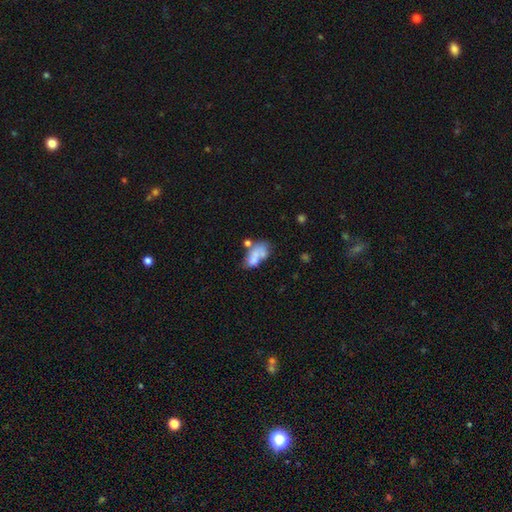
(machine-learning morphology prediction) Overall: smooth (56%; featured or disk 33%). How rounded: in between (86%). Merging: merger (43%; none 25%).